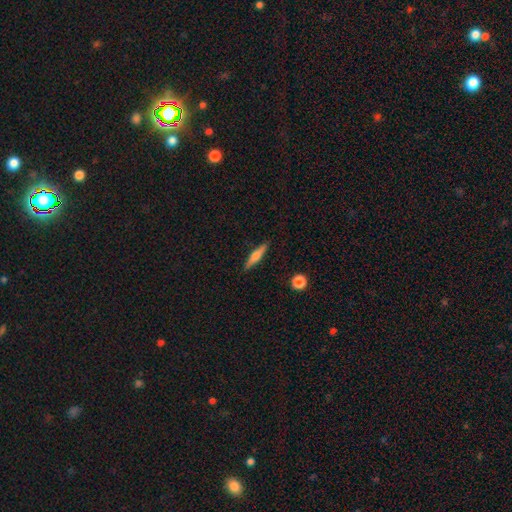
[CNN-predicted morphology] A smooth galaxy with no disk features (50%).

Vote fractions:
- Smooth or featured? smooth: 50% / featured or disk: 44% / star or artifact: 7%
- Merging? none: 88% / minor disturbance: 9% / major disturbance: 2% / merger: 1%